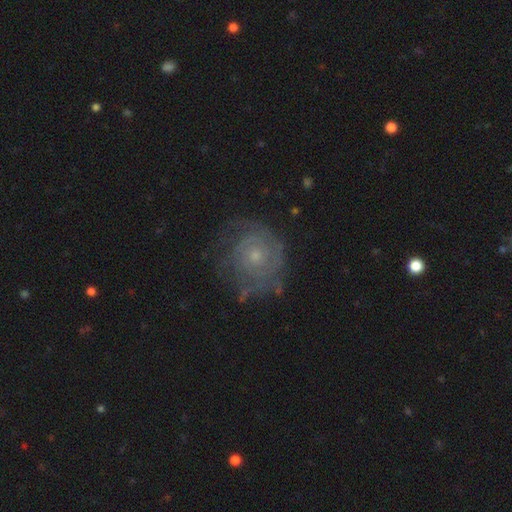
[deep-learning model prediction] Smooth or featured?
  - featured or disk: 68% *
  - smooth: 23%
  - star or artifact: 9%
Edge-on disk?
  - no: 97% *
  - yes: 3%
Bar?
  - no: 84% *
  - weak: 14%
  - strong: 2%
Spiral arms?
  - yes: 80% *
  - no: 20%
Spiral winding?
  - tight: 68% *
  - medium: 23%
  - loose: 9%
Spiral arm count?
  - can't tell: 52% *
  - 2: 21%
  - 3: 10%
  - 1: 7%
  - 4: 5%
  - more than 4: 4%
Bulge size?
  - small: 64% *
  - moderate: 31%
  - none: 3%
  - large: 2%
  - dominant: 1%
Merging?
  - none: 64% *
  - minor disturbance: 21%
  - major disturbance: 13%
  - merger: 2%